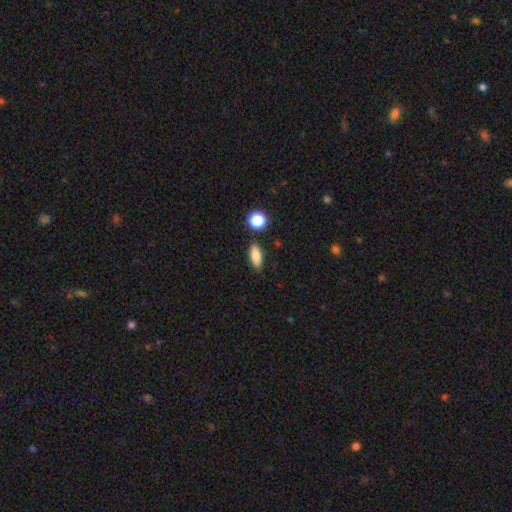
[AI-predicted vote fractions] smooth_or_featured: smooth (p=0.84) [alt: star or artifact p=0.09]
how_rounded: in between (p=0.79) [alt: cigar-shaped p=0.15]
merging: none (p=0.83) [alt: minor disturbance p=0.11]